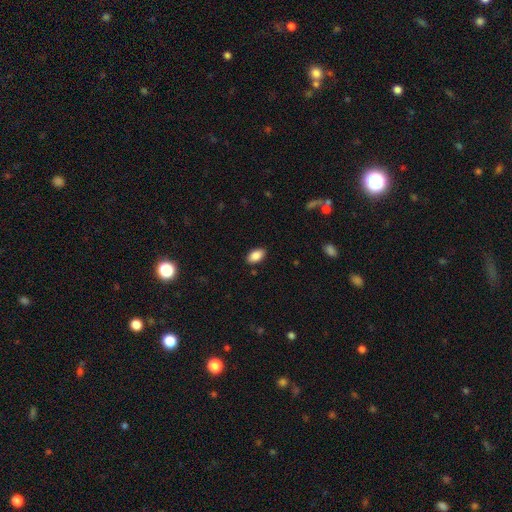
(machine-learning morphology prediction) smooth_or_featured: smooth (p=0.88) [alt: star or artifact p=0.07]
how_rounded: in between (p=0.93) [alt: round p=0.05]
merging: none (p=0.87) [alt: minor disturbance p=0.09]